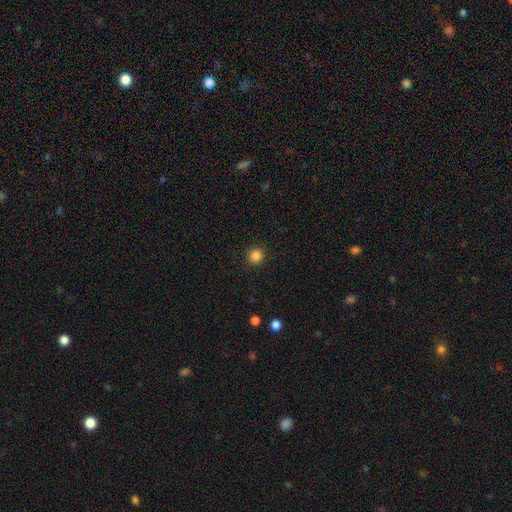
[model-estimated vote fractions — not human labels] Morphology: type=smooth (85%); roundness=round (93%); merging=none (92%).